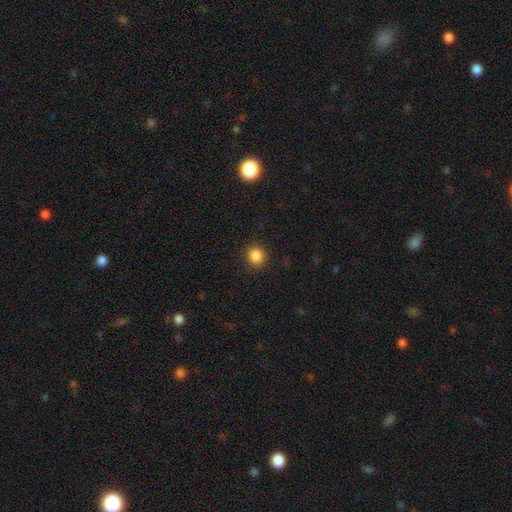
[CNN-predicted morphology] Smooth or featured? Predicted: smooth (p=0.86). How rounded? Predicted: round (p=0.84). Merging? Predicted: none (p=0.90).